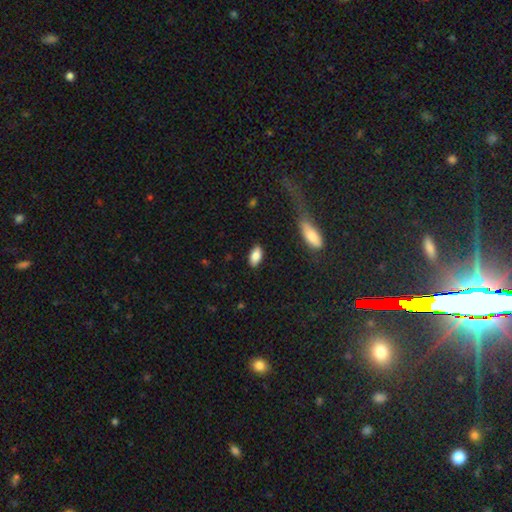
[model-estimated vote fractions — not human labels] smooth 84%, featured or disk 9%, star or artifact 7%. Down the decision tree: how rounded — in between (90%); merging — none (85%).